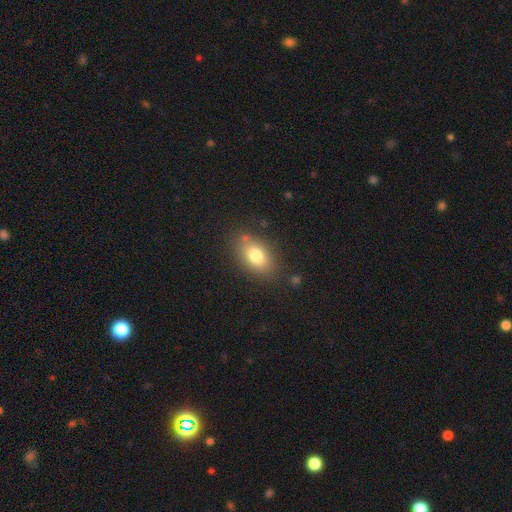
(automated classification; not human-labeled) smooth_or_featured: smooth (p=0.78) [alt: featured or disk p=0.12]
how_rounded: in between (p=0.83) [alt: round p=0.14]
merging: none (p=0.78) [alt: minor disturbance p=0.14]